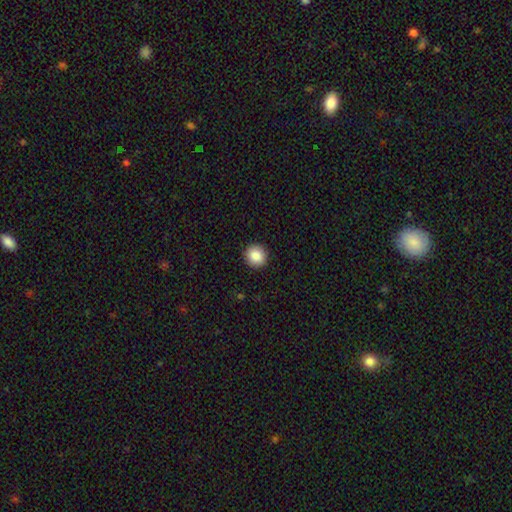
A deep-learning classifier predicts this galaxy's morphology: smooth-or-featured: smooth: 87% | star or artifact: 9% | featured or disk: 4%
  how-rounded: round: 92% | in between: 7% | cigar-shaped: 1%
  merging: none: 92% | minor disturbance: 5% | major disturbance: 2% | merger: 1%